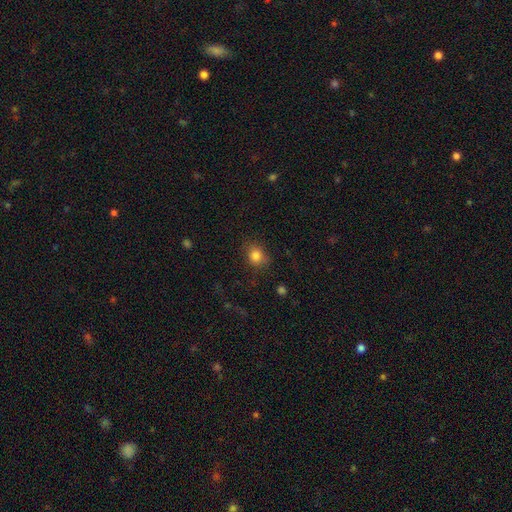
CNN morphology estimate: Q: Smooth or featured?
A: smooth (83%); runner-up: star or artifact (11%)
Q: How rounded?
A: round (64%); runner-up: in between (34%)
Q: Merging?
A: none (77%); runner-up: minor disturbance (16%)